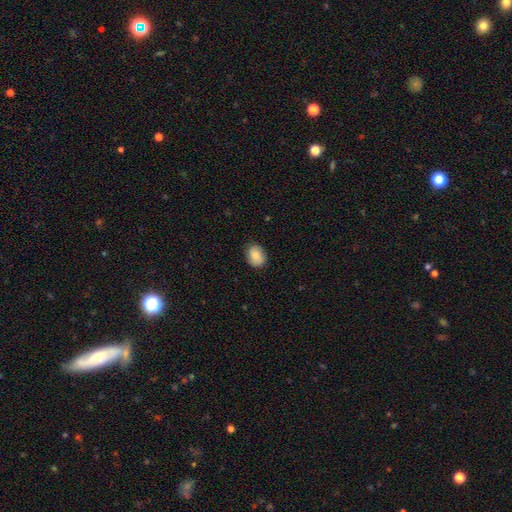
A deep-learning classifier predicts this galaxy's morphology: type=smooth (83%); roundness=in between (61%); merging=none (83%).